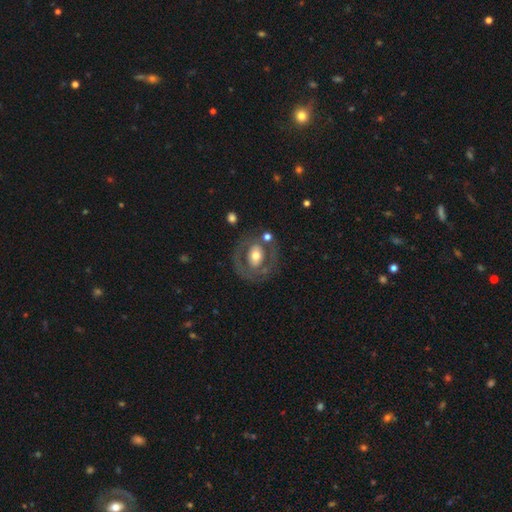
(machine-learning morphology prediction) A featured or disk galaxy (56%) with no bar (67%), no spiral arms (77%) and a moderate central bulge (65%). Merging: none (69%).